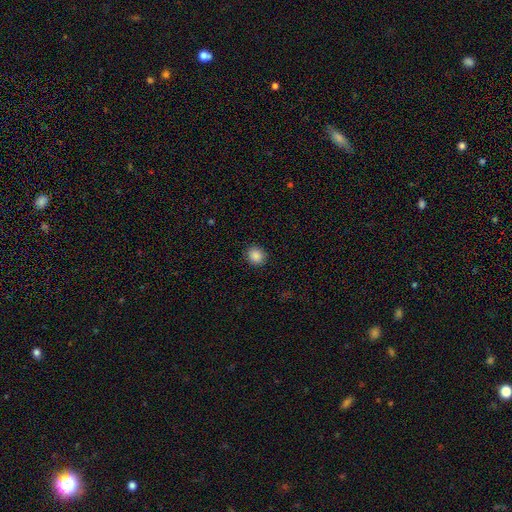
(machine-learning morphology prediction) This is clearly a smooth galaxy (87%). How rounded: clearly round (80%). Merging: clearly none (91%).